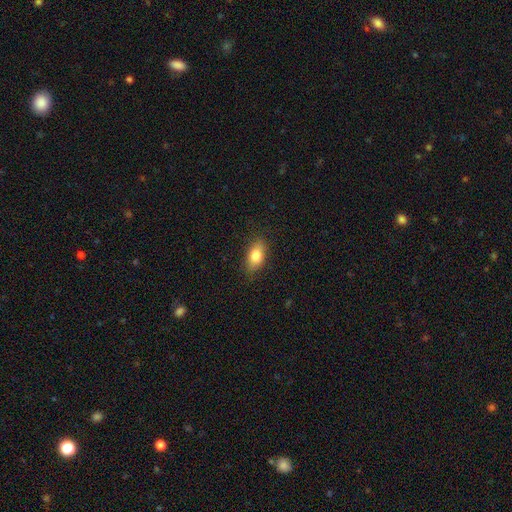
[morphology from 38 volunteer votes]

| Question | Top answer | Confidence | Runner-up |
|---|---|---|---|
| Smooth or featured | smooth | 84% | featured or disk (8%) |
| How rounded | in between | 88% | round (6%) |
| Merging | none | 69% | minor disturbance (29%) |